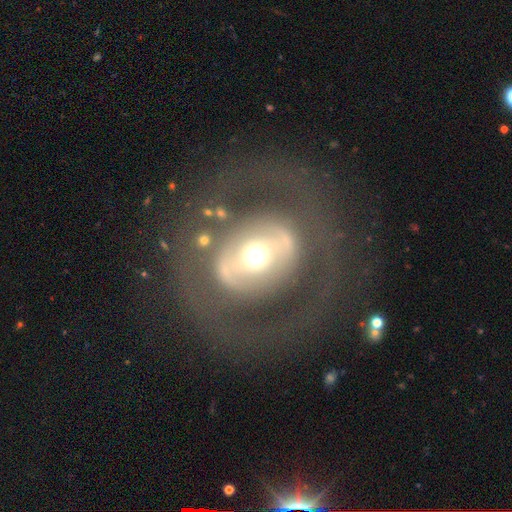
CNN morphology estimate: Smooth or featured?
  - featured or disk: 62% *
  - smooth: 30%
  - star or artifact: 9%
Edge-on disk?
  - no: 93% *
  - yes: 7%
Bar?
  - no: 52% *
  - strong: 25%
  - weak: 22%
Spiral arms?
  - no: 74% *
  - yes: 26%
Bulge size?
  - moderate: 62% *
  - large: 21%
  - small: 11%
  - dominant: 4%
  - none: 1%
Merging?
  - none: 72% *
  - major disturbance: 15%
  - minor disturbance: 11%
  - merger: 2%